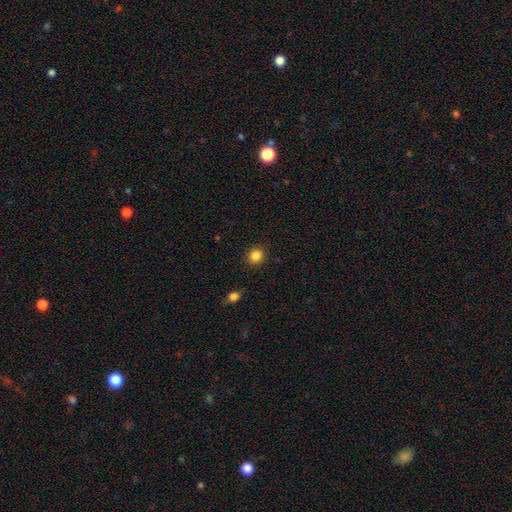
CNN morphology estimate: Smooth or featured? Predicted: smooth (p=0.85). How rounded? Predicted: round (p=0.85). Merging? Predicted: none (p=0.90).